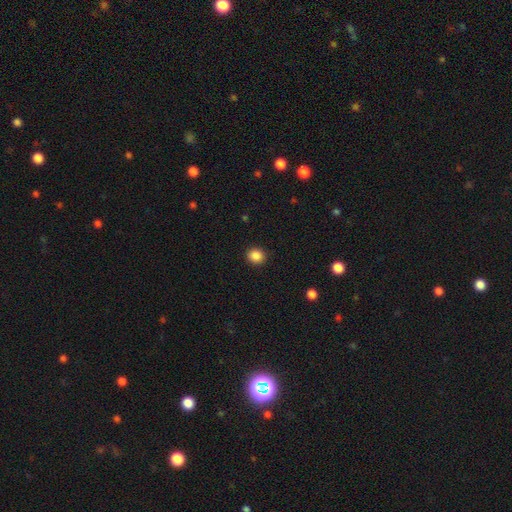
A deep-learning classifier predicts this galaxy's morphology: Overall: smooth (87%). How rounded: round (78%). Merging: none (91%).